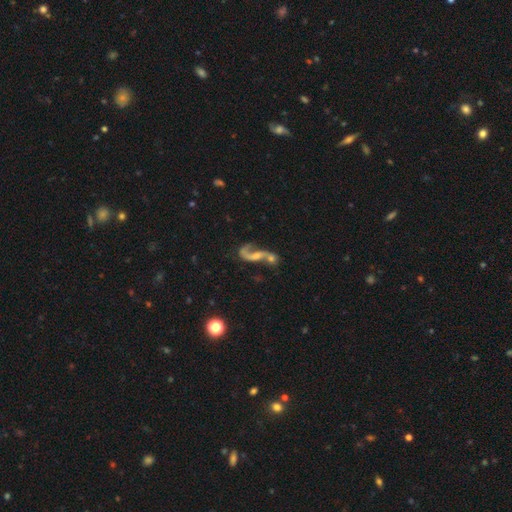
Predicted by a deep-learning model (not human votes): A featured or disk galaxy (73%) with no bar (55%), 2 (64%) loose (84%) spiral arms (79%) and a small central bulge (39%).

Vote fractions:
- Smooth or featured? featured or disk: 73% / smooth: 16% / star or artifact: 11%
- Edge-on disk? no: 93% / yes: 7%
- Bar? no: 55% / weak: 32% / strong: 13%
- Spiral arms? yes: 79% / no: 21%
- Spiral winding? loose: 84% / medium: 13% / tight: 4%
- Spiral arm count? 2: 64% / 1: 30% / can't tell: 3% / 3: 1% / 4: 1% / more than 4: 1%
- Bulge size? small: 39% / none: 29% / moderate: 26% / large: 5% / dominant: 2%
- Merging? merger: 40% / none: 28% / major disturbance: 20% / minor disturbance: 12%